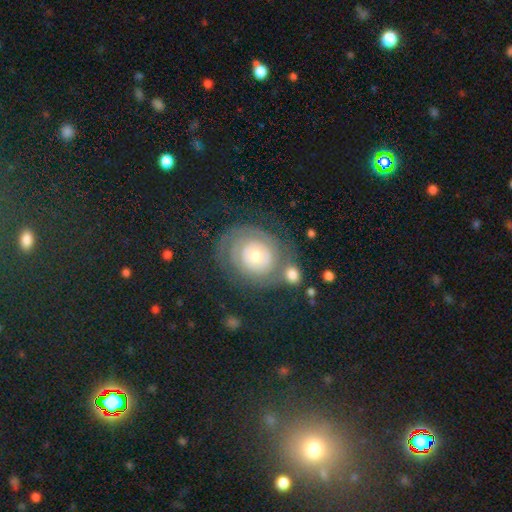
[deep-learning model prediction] A featured or disk galaxy (72%) with no bar (86%), tight (81%) spiral arms (79%) and a small central bulge (50%). Merging: none (64%).